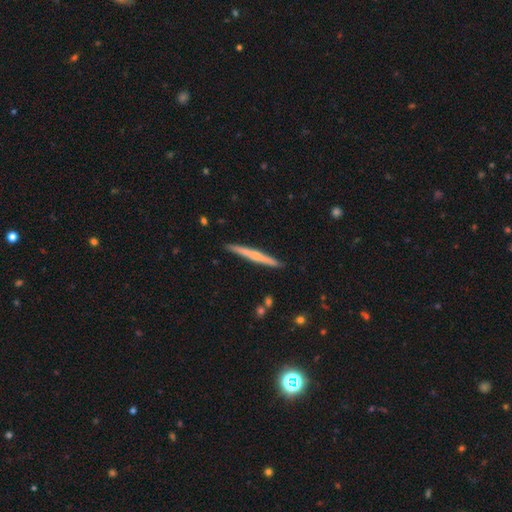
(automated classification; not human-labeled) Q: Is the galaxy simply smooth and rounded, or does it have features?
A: featured or disk — 54%.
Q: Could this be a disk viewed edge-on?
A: yes — 98%.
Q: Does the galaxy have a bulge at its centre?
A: rounded — 47%.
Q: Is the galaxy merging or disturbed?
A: none — 90%.